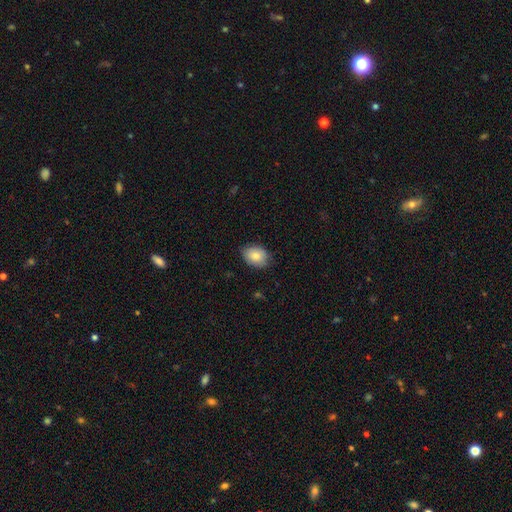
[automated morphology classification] A smooth galaxy with no disk features (82%) that is in between round and cigar-shaped (68%).

Vote fractions:
- Smooth or featured? smooth: 82% / featured or disk: 11% / star or artifact: 7%
- How rounded? in between: 68% / round: 31% / cigar-shaped: 1%
- Merging? none: 82% / minor disturbance: 14% / major disturbance: 2% / merger: 1%